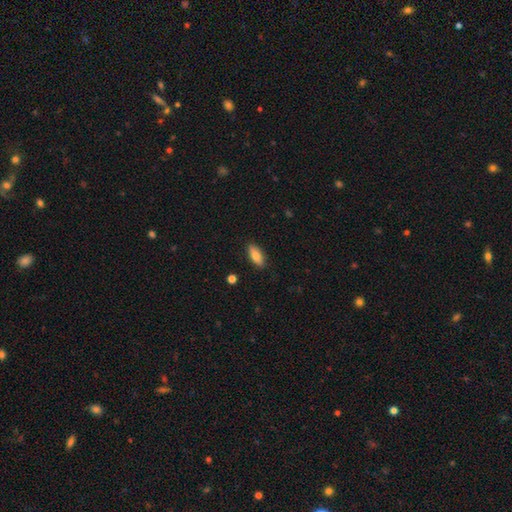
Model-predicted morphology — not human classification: smooth 80%, featured or disk 13%, star or artifact 7%. Down the decision tree: how rounded — in between (79%); merging — none (87%).